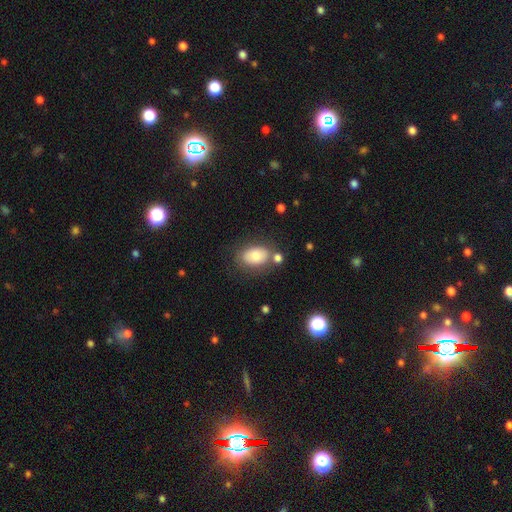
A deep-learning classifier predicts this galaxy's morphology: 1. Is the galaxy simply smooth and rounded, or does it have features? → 75% smooth, 17% featured or disk, 8% star or artifact.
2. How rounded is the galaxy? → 85% in between, 14% round, 1% cigar-shaped.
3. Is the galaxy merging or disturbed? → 66% none, 16% minor disturbance, 12% merger, 6% major disturbance.